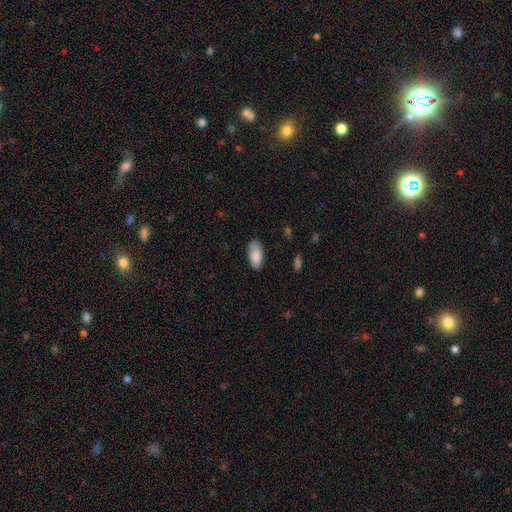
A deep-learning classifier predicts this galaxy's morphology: A smooth galaxy with no disk features (87%) that is in between round and cigar-shaped (93%). Merging: none (81%).